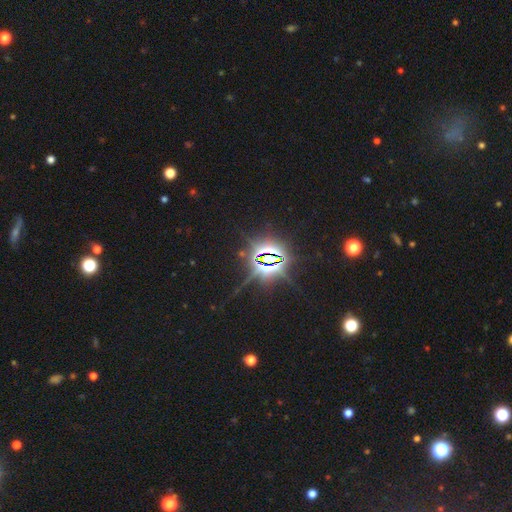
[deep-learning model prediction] A star or artifact, not a galaxy (87%).

Vote fractions:
- Smooth or featured? star or artifact: 87% / smooth: 7% / featured or disk: 6%